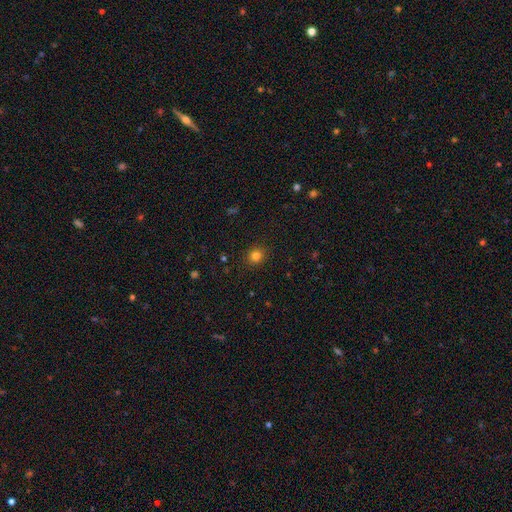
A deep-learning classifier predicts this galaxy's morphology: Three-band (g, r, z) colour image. It shows a smooth galaxy with no disk features (81%) that is round (85%). Merging: none (91%).